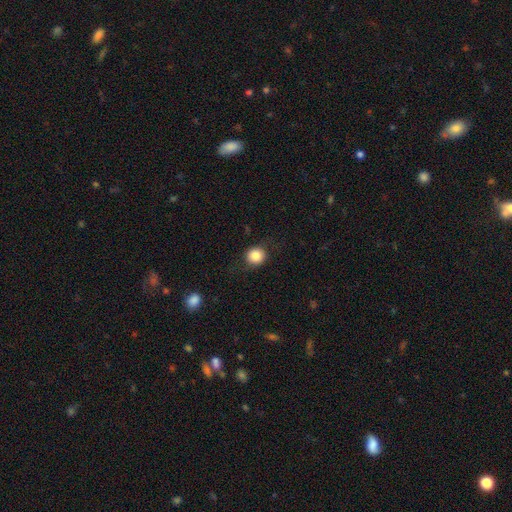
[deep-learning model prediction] Overall: smooth (84%). How rounded: round (87%). Merging: none (83%).